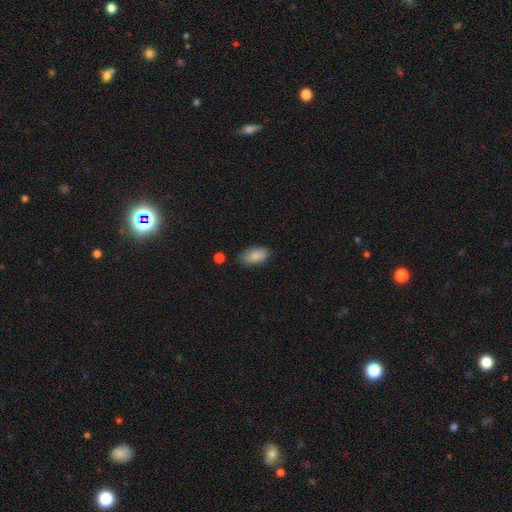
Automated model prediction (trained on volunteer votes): Overall: smooth (86%). How rounded: in between (93%). Merging: none (77%).